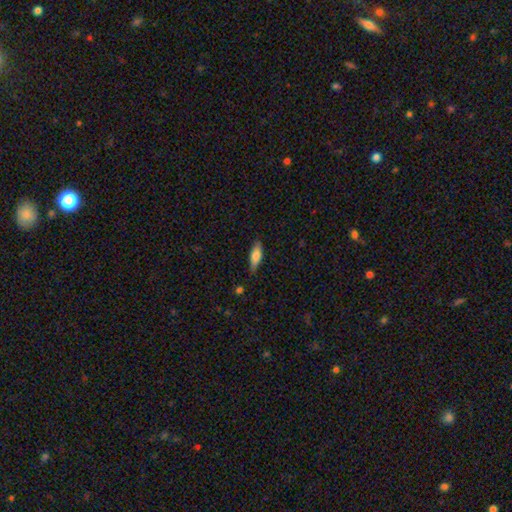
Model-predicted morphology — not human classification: Smooth or featured: smooth — 72% (featured or disk — 22%)
How rounded: in between — 54% (cigar-shaped — 44%)
Merging: none — 81% (minor disturbance — 15%)